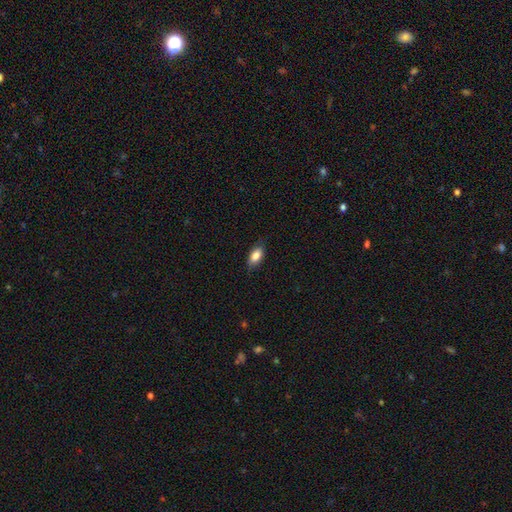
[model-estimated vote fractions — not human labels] smooth_or_featured: smooth (p=0.84) [alt: featured or disk p=0.09]
how_rounded: in between (p=0.87) [alt: cigar-shaped p=0.08]
merging: none (p=0.81) [alt: minor disturbance p=0.15]